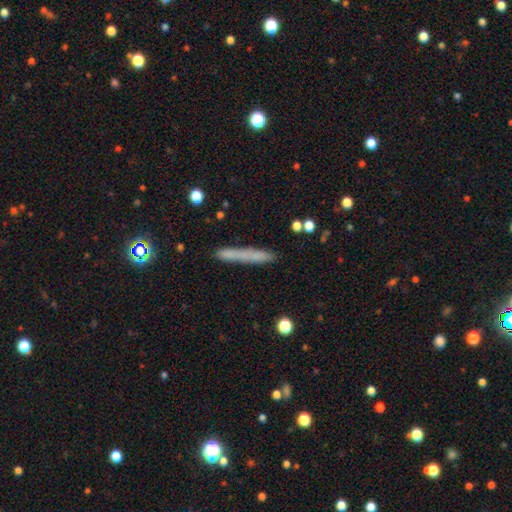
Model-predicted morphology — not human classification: type=smooth (72%); roundness=cigar-shaped (94%); merging=none (70%).